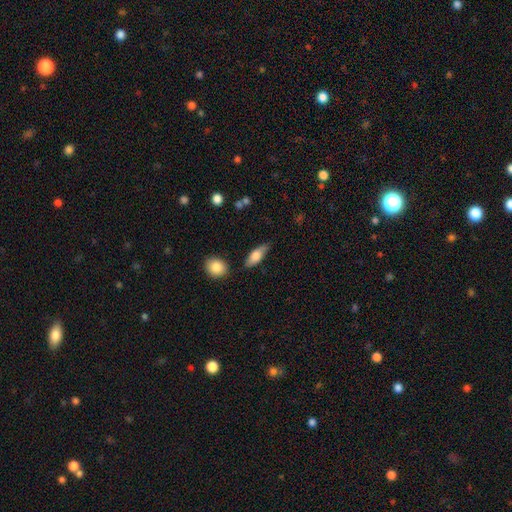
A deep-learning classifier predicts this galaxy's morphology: A smooth galaxy with no disk features (71%) that is in between round and cigar-shaped (69%).

Vote fractions:
- Smooth or featured? smooth: 71% / featured or disk: 23% / star or artifact: 6%
- How rounded? in between: 69% / cigar-shaped: 27% / round: 4%
- Merging? none: 73% / minor disturbance: 19% / merger: 4% / major disturbance: 4%